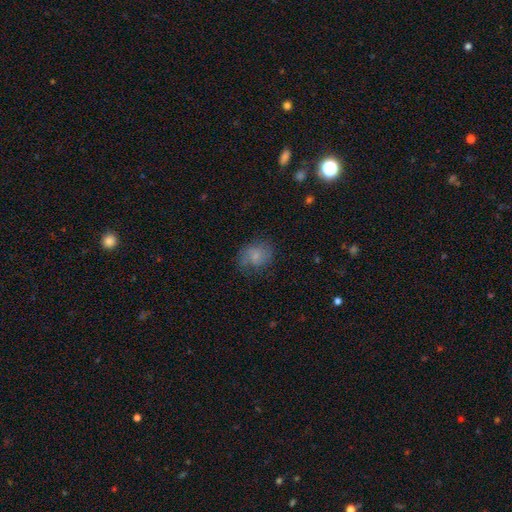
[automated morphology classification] type=smooth (58%); roundness=in between (54%); merging=none (66%).